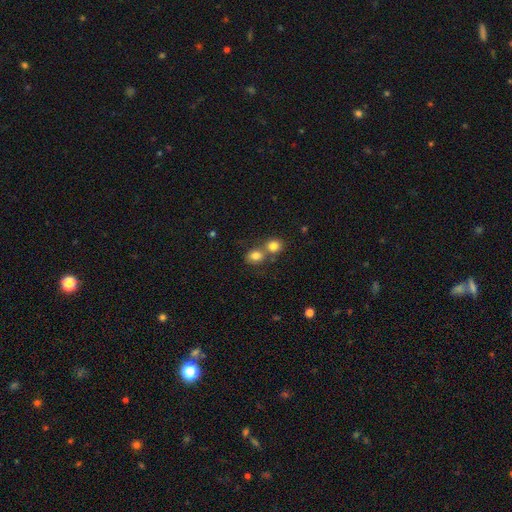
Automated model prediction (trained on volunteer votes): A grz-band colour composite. It shows a smooth galaxy with no disk features (80%) that is round (61%). Merging: merger (45%).